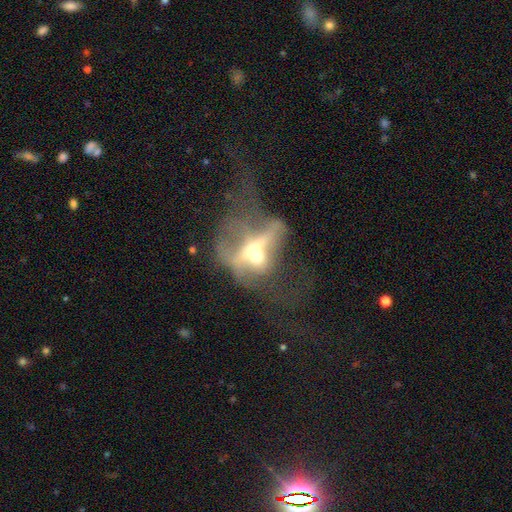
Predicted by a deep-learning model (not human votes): Smooth or featured?
  - featured or disk: 62% *
  - smooth: 24%
  - star or artifact: 13%
Edge-on disk?
  - no: 81% *
  - yes: 19%
Bar?
  - no: 67% *
  - weak: 18%
  - strong: 15%
Spiral arms?
  - no: 82% *
  - yes: 18%
Bulge size?
  - moderate: 57% *
  - small: 20%
  - large: 14%
  - none: 5%
  - dominant: 4%
Merging?
  - major disturbance: 40% *
  - merger: 35%
  - none: 16%
  - minor disturbance: 9%